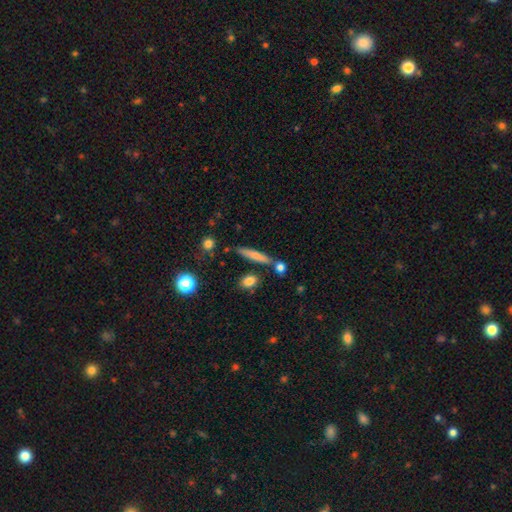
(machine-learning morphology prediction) Smooth or featured?
  - smooth: 70% *
  - featured or disk: 23%
  - star or artifact: 8%
How rounded?
  - cigar-shaped: 87% *
  - in between: 10%
  - round: 3%
Merging?
  - none: 75% *
  - minor disturbance: 12%
  - merger: 10%
  - major disturbance: 3%